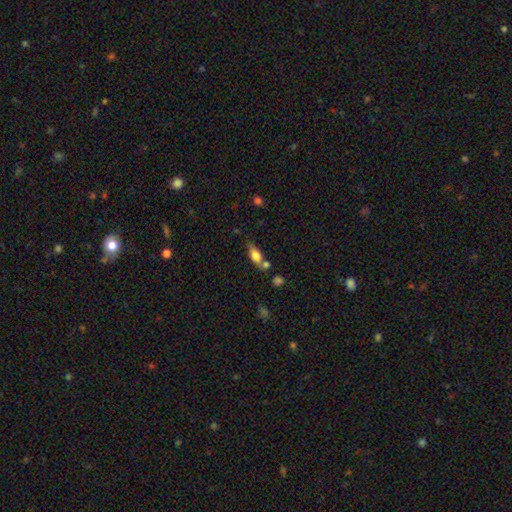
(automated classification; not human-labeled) This is likely a smooth galaxy (69%). How rounded: likely in between (76%). Merging: possibly none (53%).